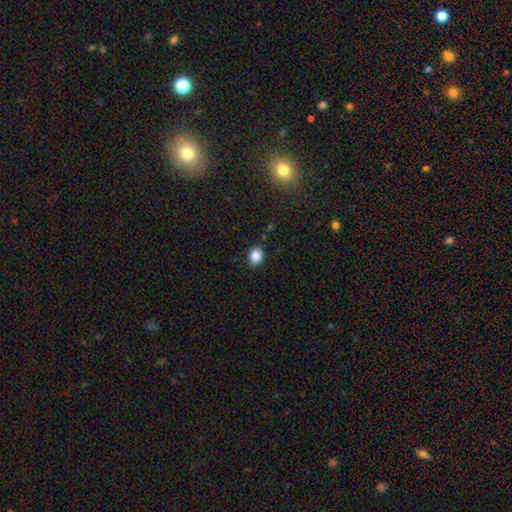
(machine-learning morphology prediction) type=smooth (86%); roundness=round (50%); merging=none (87%).